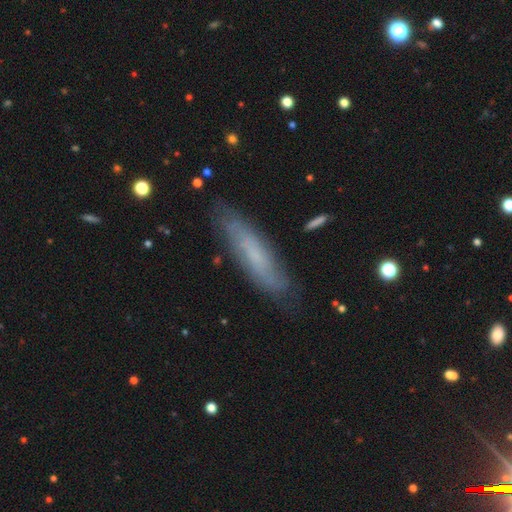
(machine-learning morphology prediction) smooth_or_featured: smooth (p=0.53) [alt: featured or disk p=0.39]
how_rounded: cigar-shaped (p=0.73) [alt: in between p=0.26]
merging: none (p=0.81) [alt: minor disturbance p=0.14]